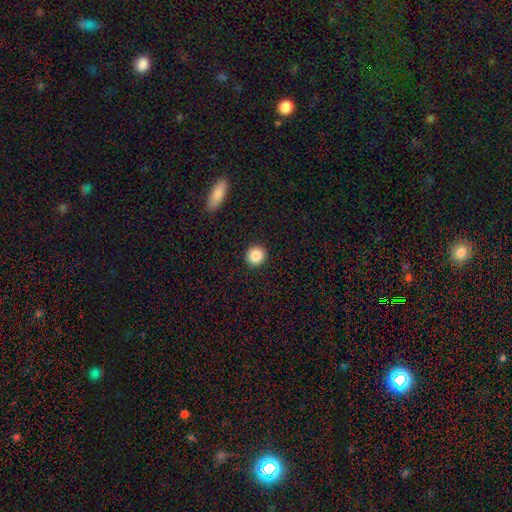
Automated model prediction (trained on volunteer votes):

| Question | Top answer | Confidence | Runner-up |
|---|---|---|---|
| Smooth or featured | smooth | 86% | star or artifact (9%) |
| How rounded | round | 94% | in between (5%) |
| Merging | none | 93% | minor disturbance (4%) |